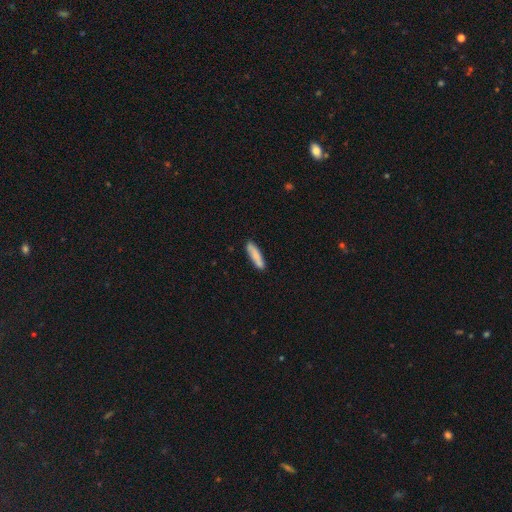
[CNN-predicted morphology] A smooth galaxy with no disk features (82%) that is cigar-shaped (78%).

Vote fractions:
- Smooth or featured? smooth: 82% / featured or disk: 12% / star or artifact: 6%
- How rounded? cigar-shaped: 78% / in between: 20% / round: 1%
- Merging? none: 79% / minor disturbance: 14% / merger: 4% / major disturbance: 3%